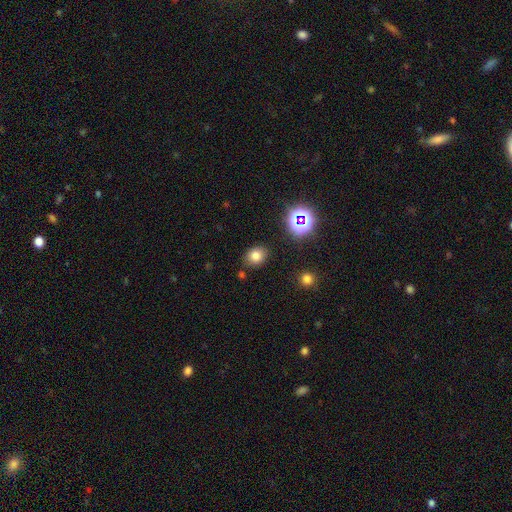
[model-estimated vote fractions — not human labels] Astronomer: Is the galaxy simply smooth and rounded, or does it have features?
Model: smooth — 75%.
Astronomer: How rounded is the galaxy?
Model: in between — 50% (runner-up: round, 49%).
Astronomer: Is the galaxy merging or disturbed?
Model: none — 82%.